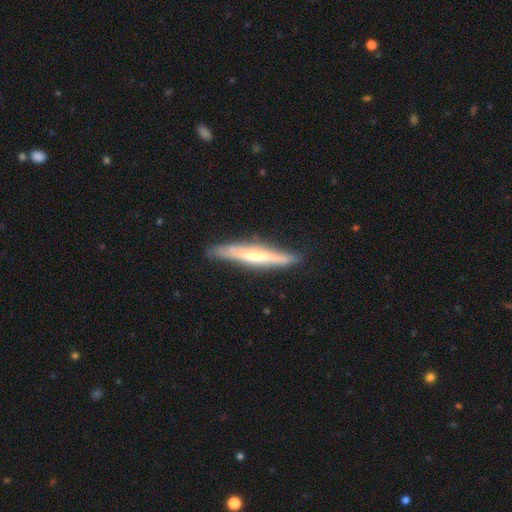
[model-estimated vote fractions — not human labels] The model was most divided on "smooth or featured": featured or disk: 56%, smooth: 39%, star or artifact: 6%. More confident: edge-on disk — yes (89%); merging — none (81%).